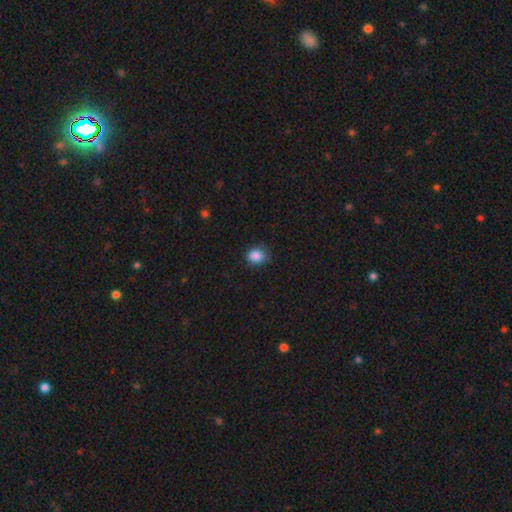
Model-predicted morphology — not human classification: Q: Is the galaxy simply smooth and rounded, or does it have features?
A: smooth — 86%.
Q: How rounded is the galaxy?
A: round — 65%.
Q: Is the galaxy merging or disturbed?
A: none — 74%.